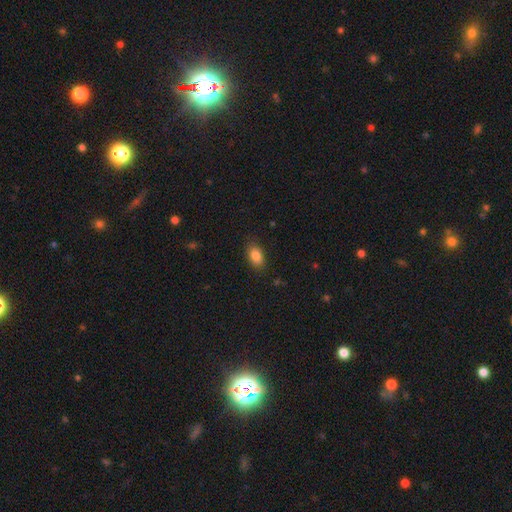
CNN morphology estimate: A smooth galaxy with no disk features (85%) that is in between round and cigar-shaped (88%).

Vote fractions:
- Smooth or featured? smooth: 85% / star or artifact: 9% / featured or disk: 6%
- How rounded? in between: 88% / round: 10% / cigar-shaped: 2%
- Merging? none: 86% / minor disturbance: 11% / major disturbance: 3% / merger: 1%